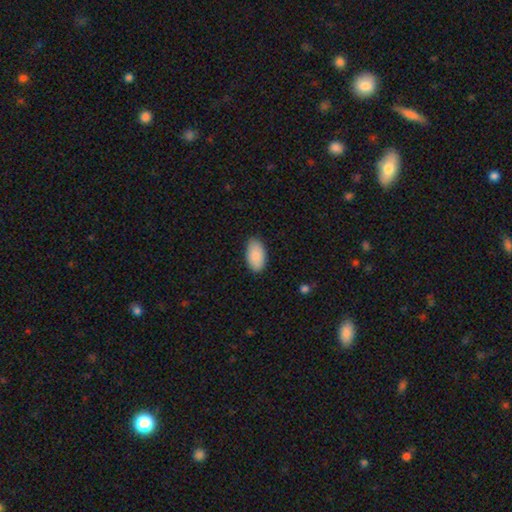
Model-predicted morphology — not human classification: Smooth or featured? smooth (90%)
How rounded? in between (95%)
Merging? none (85%)